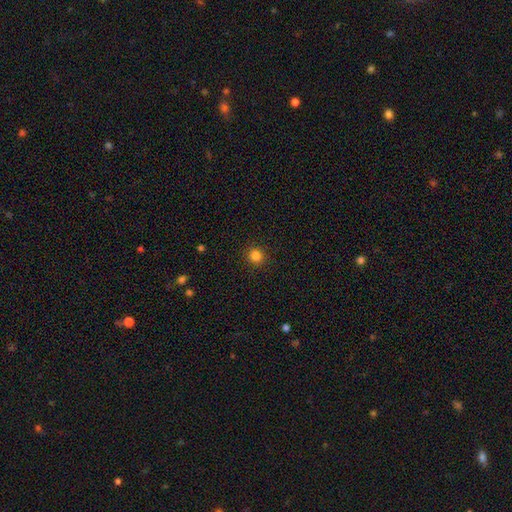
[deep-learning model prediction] A smooth galaxy with no disk features (84%) that is round (89%).

Vote fractions:
- Smooth or featured? smooth: 84% / star or artifact: 12% / featured or disk: 4%
- How rounded? round: 89% / in between: 10% / cigar-shaped: 1%
- Merging? none: 91% / minor disturbance: 6% / major disturbance: 2% / merger: 1%